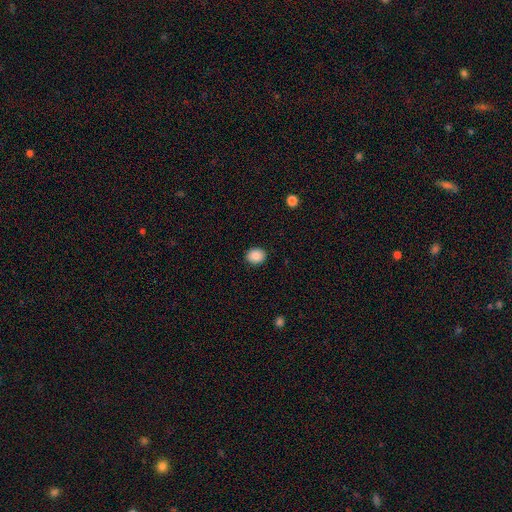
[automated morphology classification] smooth 86%, star or artifact 9%, featured or disk 5%. Down the decision tree: how rounded — round (61%); merging — none (90%).